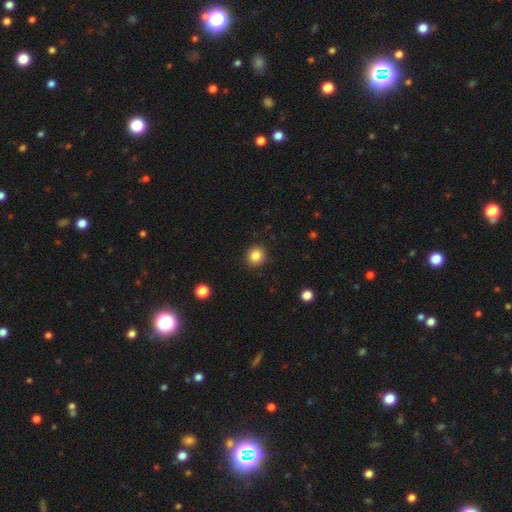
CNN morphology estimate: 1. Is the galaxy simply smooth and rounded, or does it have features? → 85% smooth, 11% star or artifact, 5% featured or disk.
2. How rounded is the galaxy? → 90% round, 9% in between, 1% cigar-shaped.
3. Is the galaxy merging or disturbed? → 90% none, 7% minor disturbance, 2% major disturbance, 1% merger.